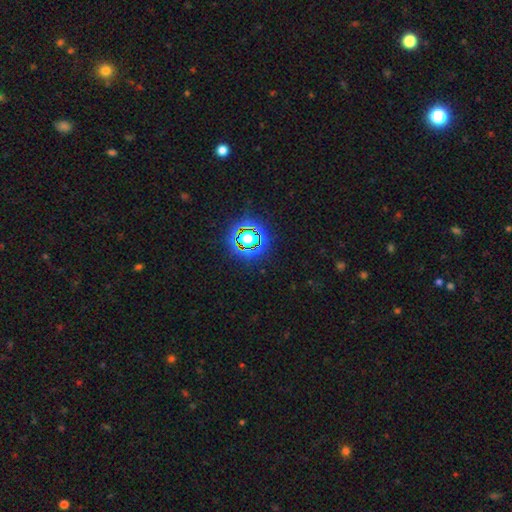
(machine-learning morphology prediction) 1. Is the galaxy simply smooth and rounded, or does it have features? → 71% star or artifact, 20% smooth, 8% featured or disk.